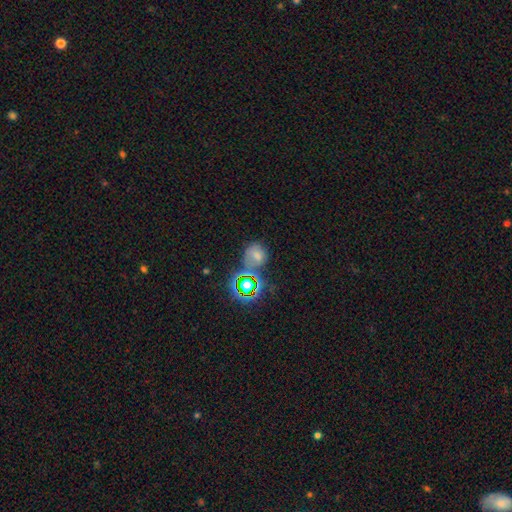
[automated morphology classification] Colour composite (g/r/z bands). It shows a smooth galaxy with no disk features (55%) that is round (57%). Merging: none (49%).